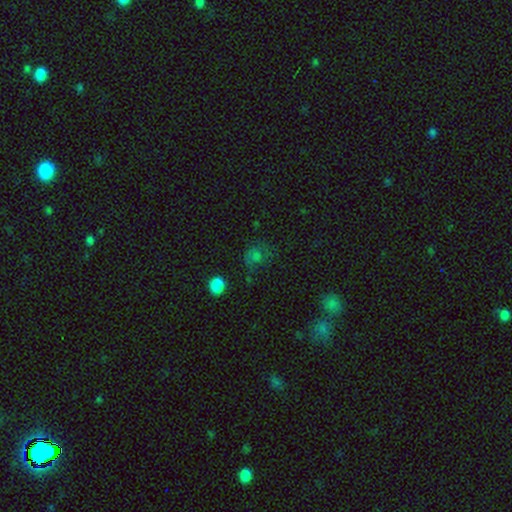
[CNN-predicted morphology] Smooth or featured: smooth — 60% (star or artifact — 27%)
How rounded: round — 70% (in between — 29%)
Merging: none — 56% (minor disturbance — 22%)